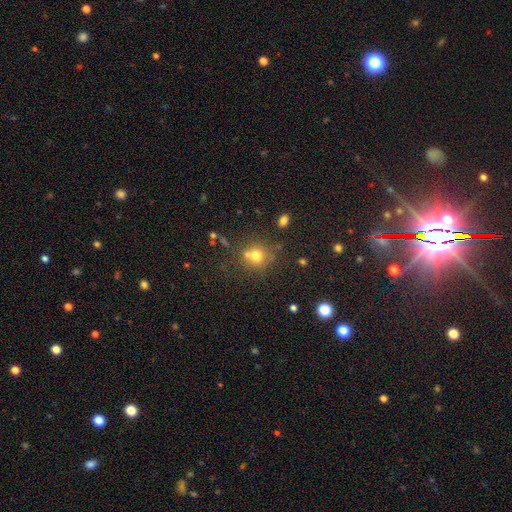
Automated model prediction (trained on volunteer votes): smooth 70%, star or artifact 17%, featured or disk 13%. Down the decision tree: how rounded — round (86%); merging — none (60%).